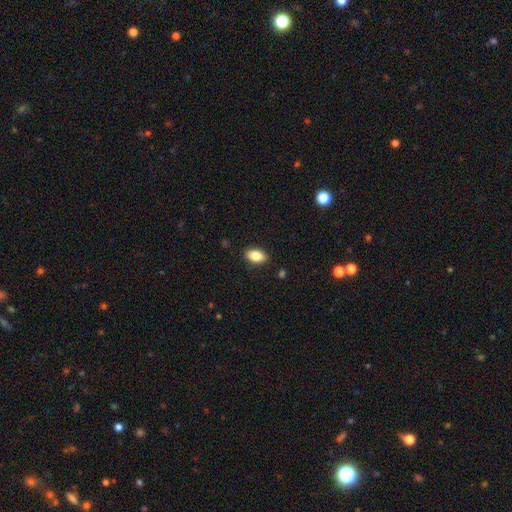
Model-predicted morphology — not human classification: Smooth or featured?
  - smooth: 85% *
  - star or artifact: 8%
  - featured or disk: 7%
How rounded?
  - in between: 91% *
  - round: 7%
  - cigar-shaped: 2%
Merging?
  - none: 88% *
  - minor disturbance: 9%
  - major disturbance: 2%
  - merger: 1%